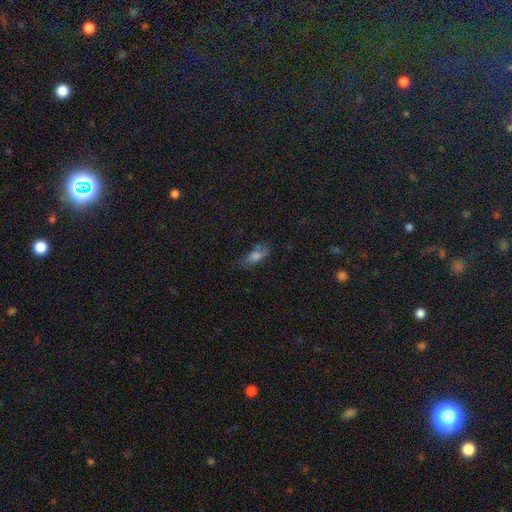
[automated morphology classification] Overall: smooth (63%). How rounded: in between (67%; cigar-shaped 27%). Merging: none (65%).